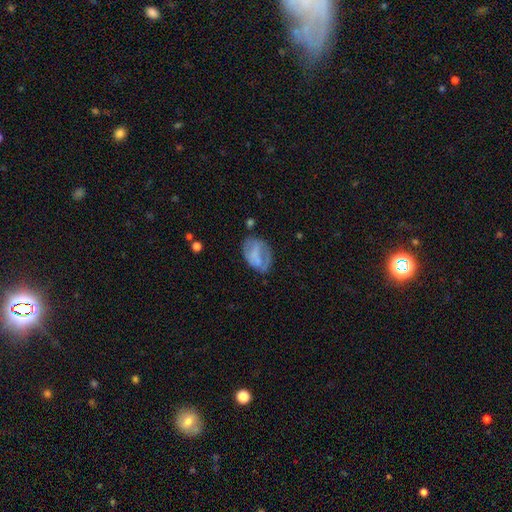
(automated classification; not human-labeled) Smooth or featured: smooth — 50% (featured or disk — 41%)
How rounded: in between — 82% (round — 16%)
Merging: none — 51% (minor disturbance — 28%)